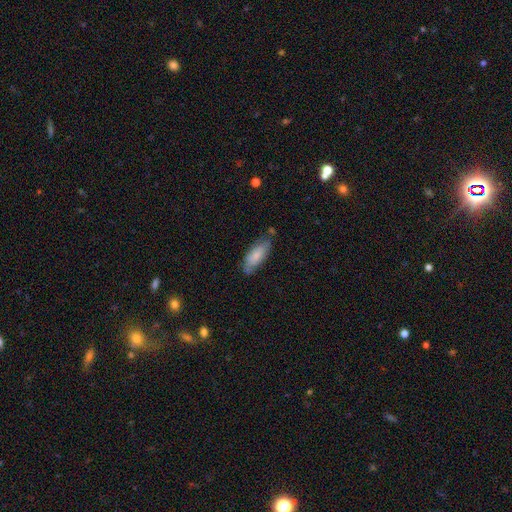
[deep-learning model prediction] The model was most divided on "merging": none: 63%, minor disturbance: 26%, major disturbance: 6%, merger: 5%. More confident: smooth or featured — smooth (75%); how rounded — in between (73%).